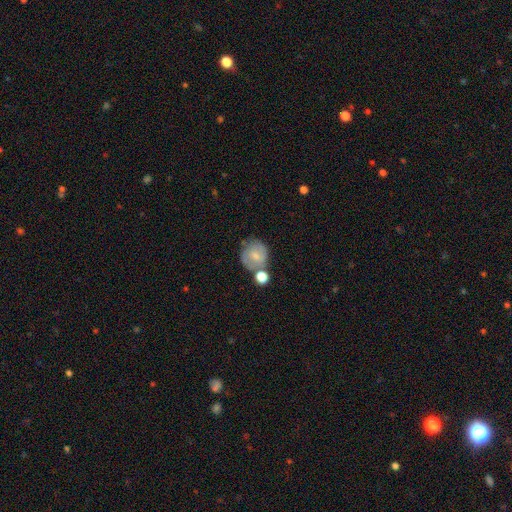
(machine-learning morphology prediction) Smooth or featured: smooth — 56% (featured or disk — 35%)
How rounded: round — 79% (in between — 20%)
Merging: none — 50% (merger — 25%)